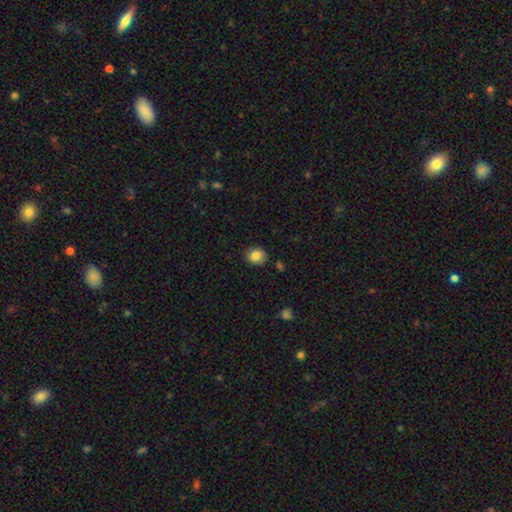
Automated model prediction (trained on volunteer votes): This appears to be a smooth galaxy with no disk features (82%) that is round (57%). Merging: none (84%).